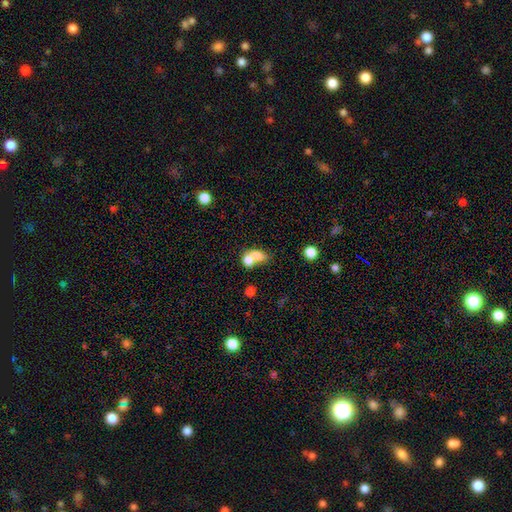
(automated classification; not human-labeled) Q: Smooth or featured?
A: smooth (74%); runner-up: featured or disk (17%)
Q: How rounded?
A: in between (69%); runner-up: round (27%)
Q: Merging?
A: merger (65%); runner-up: none (22%)